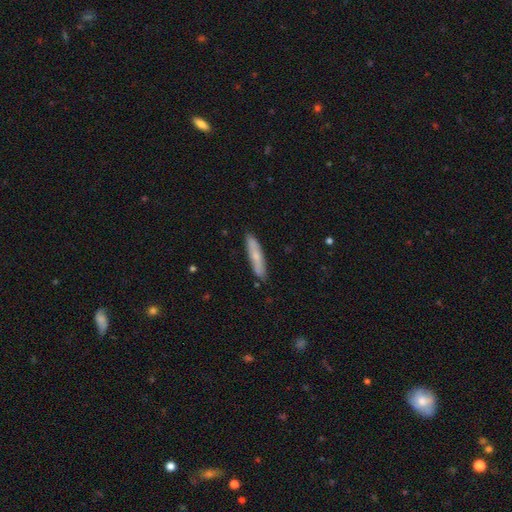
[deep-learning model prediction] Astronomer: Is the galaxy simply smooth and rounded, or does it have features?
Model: smooth — 60%.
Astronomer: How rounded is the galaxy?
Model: cigar-shaped — 87%.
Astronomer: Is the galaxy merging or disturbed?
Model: none — 86%.